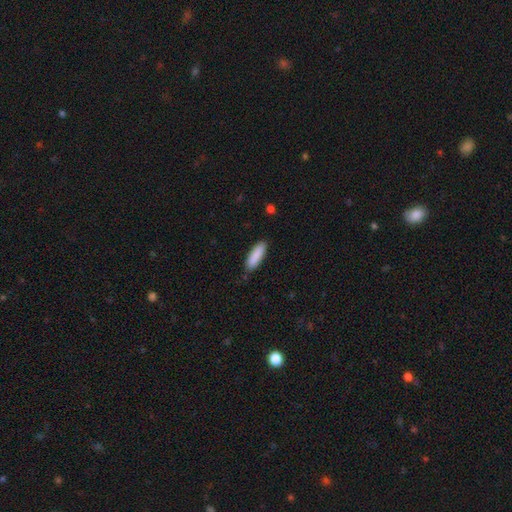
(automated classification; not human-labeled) smooth_or_featured: smooth (p=0.89) [alt: star or artifact p=0.06]
how_rounded: cigar-shaped (p=0.53) [alt: in between p=0.46]
merging: none (p=0.84) [alt: minor disturbance p=0.12]